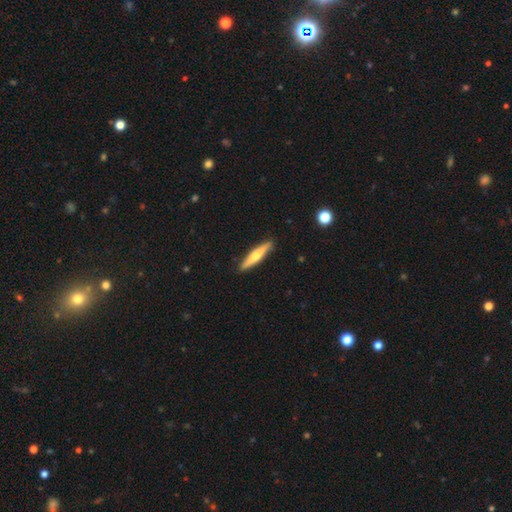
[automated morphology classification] Smooth or featured?
  - featured or disk: 48% *
  - smooth: 47%
  - star or artifact: 5%
Merging?
  - none: 89% *
  - minor disturbance: 8%
  - major disturbance: 2%
  - merger: 1%